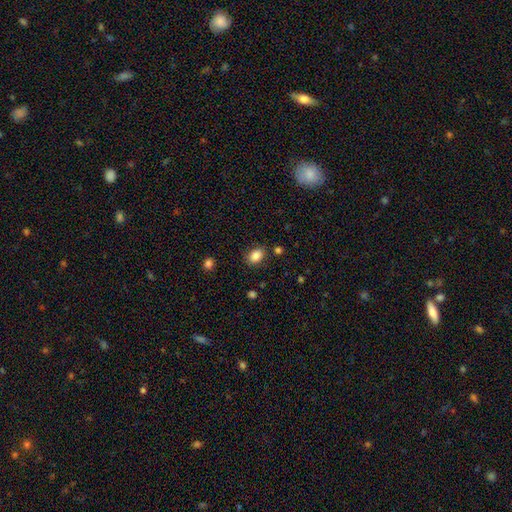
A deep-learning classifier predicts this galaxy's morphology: A smooth galaxy with no disk features (86%) that is in between round and cigar-shaped (74%). Merging: none (82%).